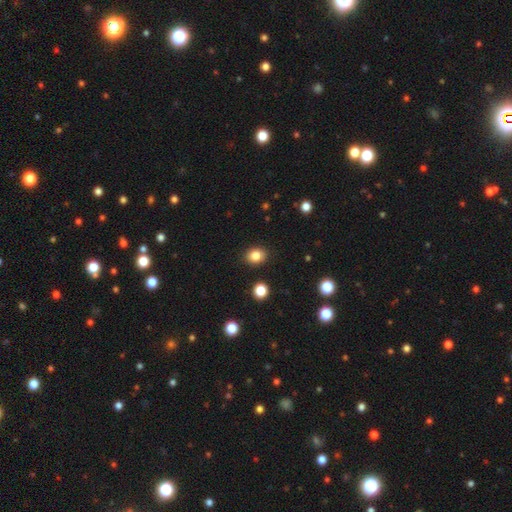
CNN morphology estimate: type=smooth (84%); roundness=round (53%); merging=none (89%).